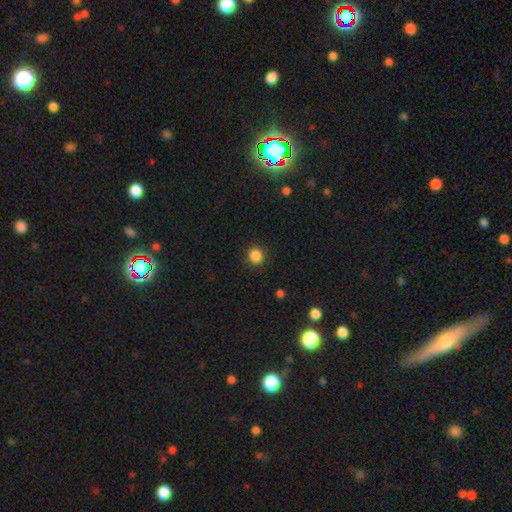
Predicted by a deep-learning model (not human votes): Smooth or featured? smooth (86%)
How rounded? round (90%)
Merging? none (90%)